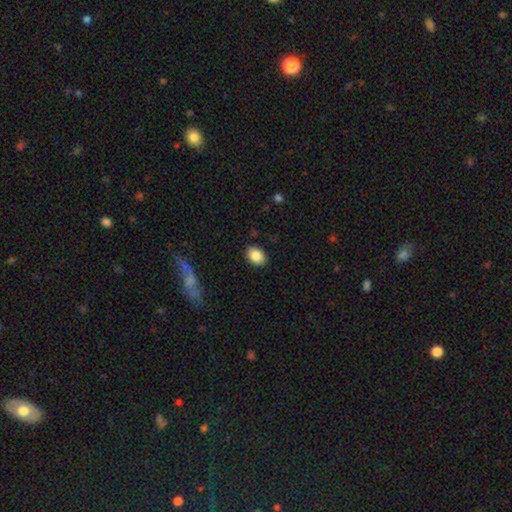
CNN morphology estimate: This is clearly a smooth galaxy (86%). How rounded: likely in between (76%). Merging: clearly none (89%).